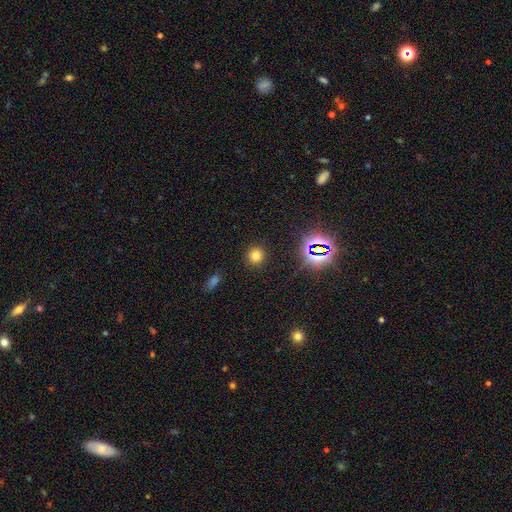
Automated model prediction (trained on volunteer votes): Q: Smooth or featured?
A: smooth (72%); runner-up: star or artifact (21%)
Q: How rounded?
A: round (92%); runner-up: in between (7%)
Q: Merging?
A: none (90%); runner-up: minor disturbance (6%)